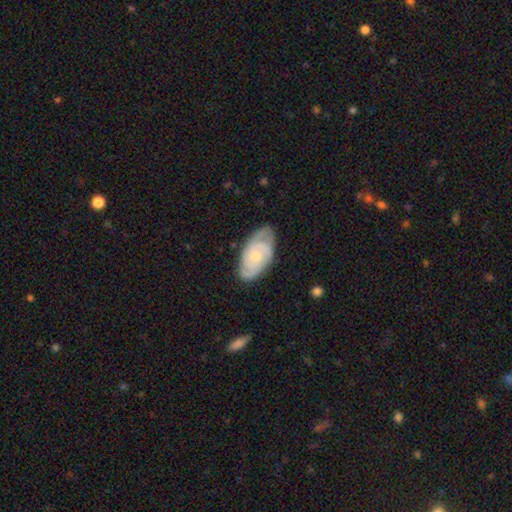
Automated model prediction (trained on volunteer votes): Smooth or featured? Predicted: featured or disk (p=0.77). Edge-on disk? Predicted: no (p=0.96). Bar? Predicted: no (p=0.71). Spiral arms? Predicted: yes (p=0.94). Spiral winding? Predicted: tight (p=0.61). Spiral arm count? Predicted: 2 (p=0.40). Bulge size? Predicted: small (p=0.54). Merging? Predicted: none (p=0.71).